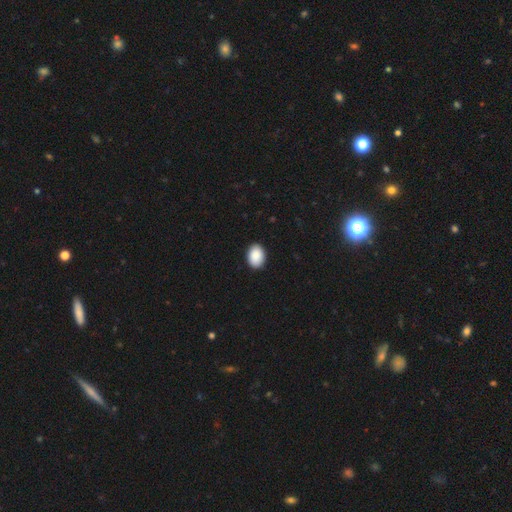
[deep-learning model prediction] smooth 91%, star or artifact 7%, featured or disk 3%. Down the decision tree: how rounded — in between (78%); merging — none (91%).